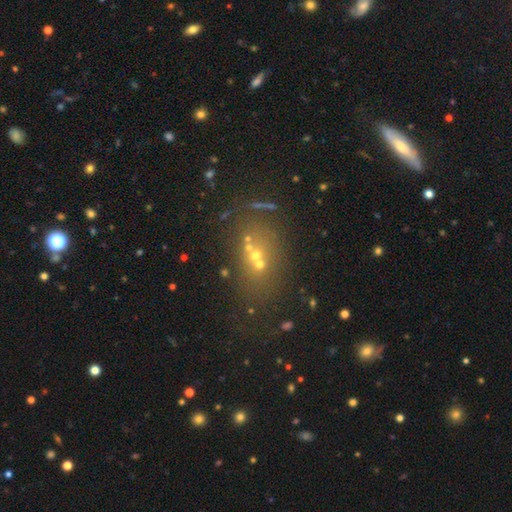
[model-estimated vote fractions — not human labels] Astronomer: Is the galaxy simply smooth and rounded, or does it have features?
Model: smooth — 38% (runner-up: star or artifact, 35%).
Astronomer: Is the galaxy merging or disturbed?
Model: none — 47% (runner-up: merger, 36%).